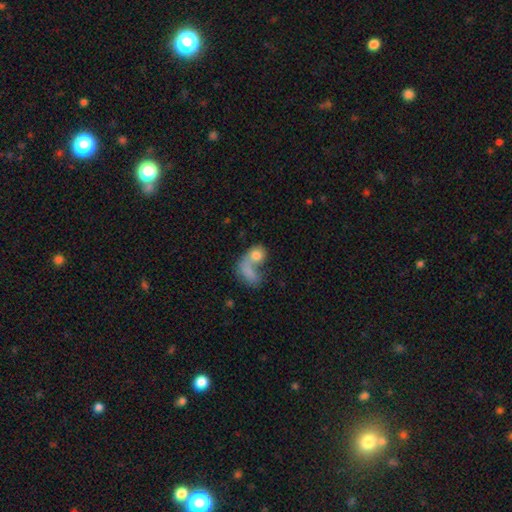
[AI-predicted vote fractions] smooth-or-featured: smooth: 70% | featured or disk: 21% | star or artifact: 9%
  how-rounded: in between: 60% | round: 36% | cigar-shaped: 3%
  merging: merger: 58% | major disturbance: 18% | none: 16% | minor disturbance: 8%